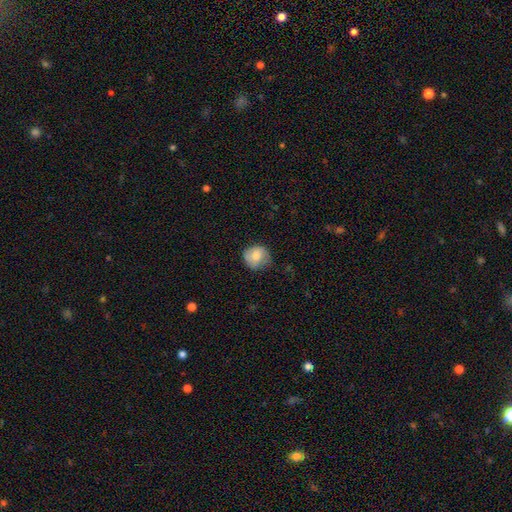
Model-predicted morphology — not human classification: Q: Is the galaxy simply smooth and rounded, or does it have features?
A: smooth — 74%.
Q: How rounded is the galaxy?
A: round — 84%.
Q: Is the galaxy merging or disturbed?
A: none — 69%.